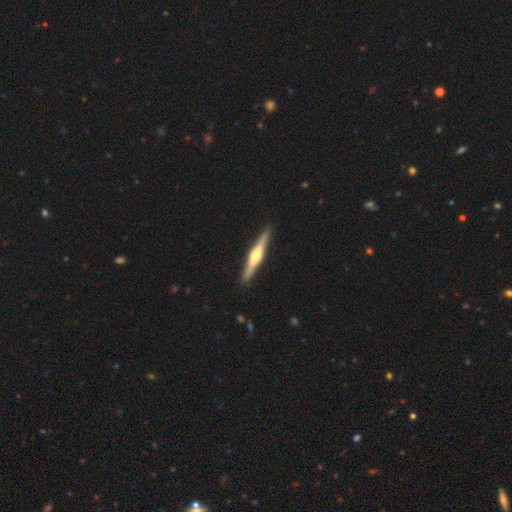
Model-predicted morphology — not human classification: Smooth or featured: featured or disk — 73% (smooth — 22%)
Edge-on disk: yes — 98% (no — 2%)
Edge-on bulge: rounded — 87% (boxy — 9%)
Merging: none — 91% (minor disturbance — 7%)